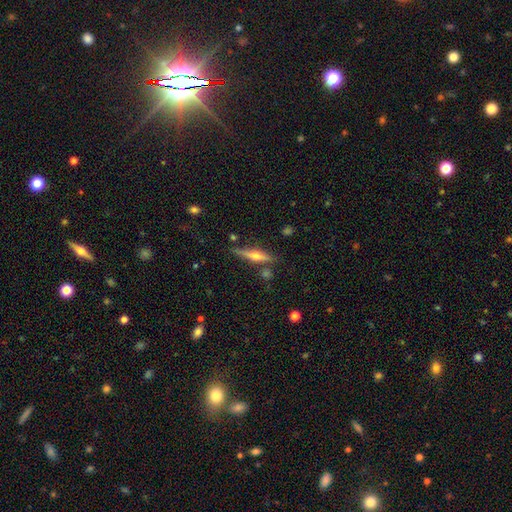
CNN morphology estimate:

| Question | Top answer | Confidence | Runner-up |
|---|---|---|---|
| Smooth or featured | featured or disk | 65% | smooth (28%) |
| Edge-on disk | yes | 96% | no (4%) |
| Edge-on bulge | rounded | 92% | none (4%) |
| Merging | none | 80% | minor disturbance (12%) |